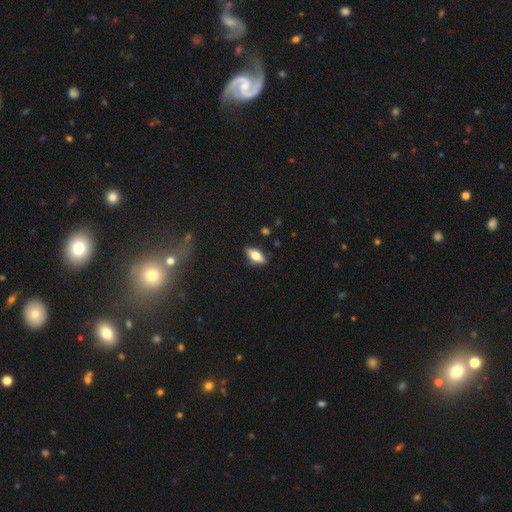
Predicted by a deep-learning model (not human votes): A smooth galaxy with no disk features (65%) that is in between round and cigar-shaped (82%). Merging: none (85%).